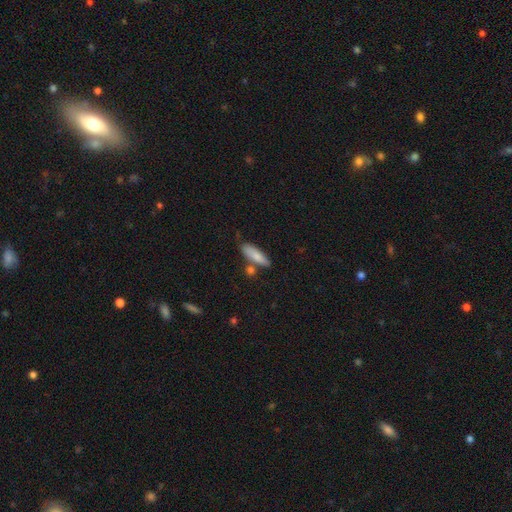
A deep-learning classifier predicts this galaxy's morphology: This appears to be a smooth galaxy with no disk features (81%) that is cigar-shaped (57%). Merging: none (69%).